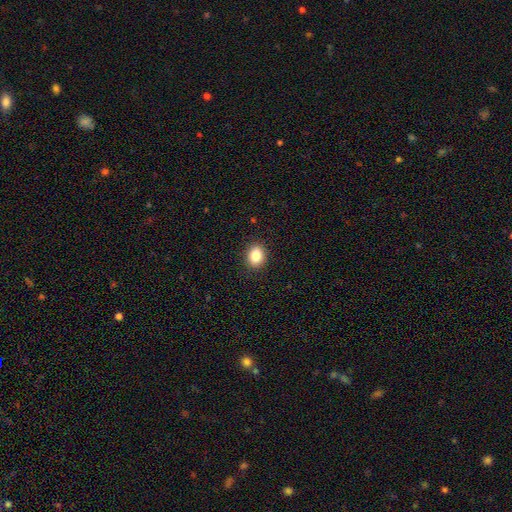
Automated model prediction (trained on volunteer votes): Smooth or featured? Predicted: smooth (p=0.85). How rounded? Predicted: in between (p=0.58). Merging? Predicted: none (p=0.90).